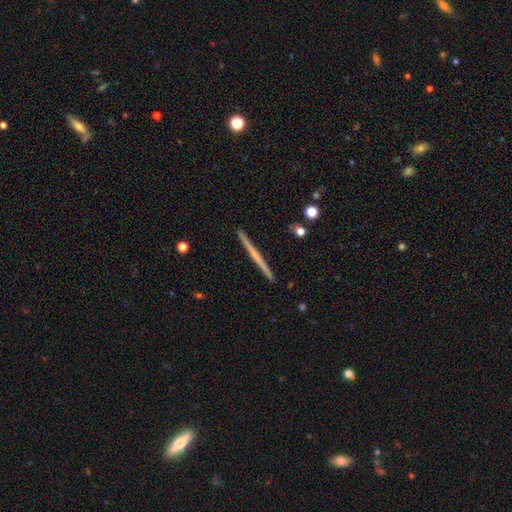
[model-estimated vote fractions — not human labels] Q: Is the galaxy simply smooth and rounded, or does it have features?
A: featured or disk — 54%.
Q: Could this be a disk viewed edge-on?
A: yes — 98%.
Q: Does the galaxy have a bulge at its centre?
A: none — 86%.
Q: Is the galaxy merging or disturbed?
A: none — 93%.